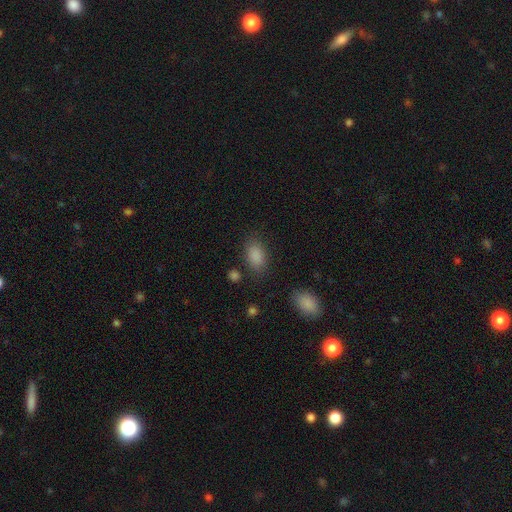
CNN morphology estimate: The model was most divided on "merging": none: 78%, minor disturbance: 14%, major disturbance: 5%, merger: 3%. More confident: how rounded — in between (88%); smooth or featured — smooth (86%).